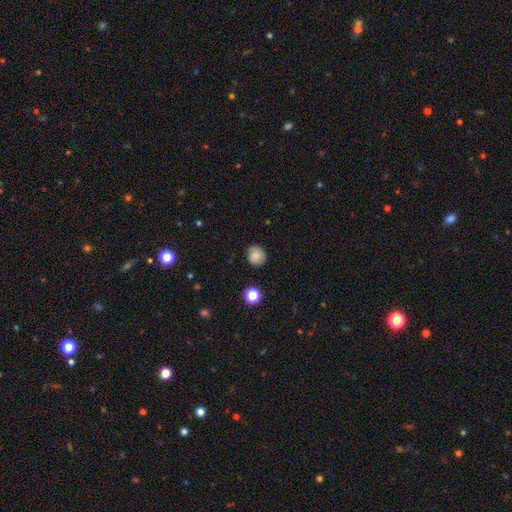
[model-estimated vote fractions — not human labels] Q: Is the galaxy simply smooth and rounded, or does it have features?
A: smooth — 75%.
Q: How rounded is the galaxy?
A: round — 86%.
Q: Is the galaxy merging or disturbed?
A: none — 82%.